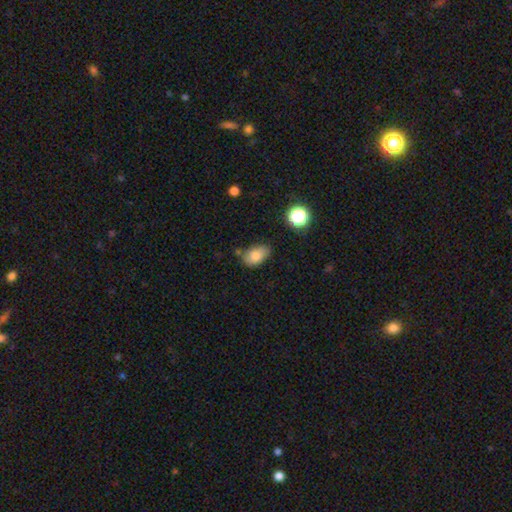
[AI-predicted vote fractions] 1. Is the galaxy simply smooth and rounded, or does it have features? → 83% smooth, 9% star or artifact, 8% featured or disk.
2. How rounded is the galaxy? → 88% in between, 11% round, 2% cigar-shaped.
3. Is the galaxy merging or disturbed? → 68% none, 23% minor disturbance, 5% merger, 4% major disturbance.